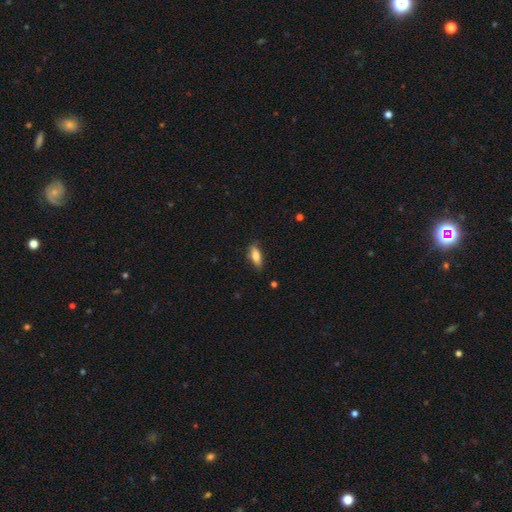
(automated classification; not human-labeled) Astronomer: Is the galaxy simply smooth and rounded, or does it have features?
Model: smooth — 78%.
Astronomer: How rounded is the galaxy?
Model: in between — 73%.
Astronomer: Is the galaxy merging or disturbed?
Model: none — 77%.